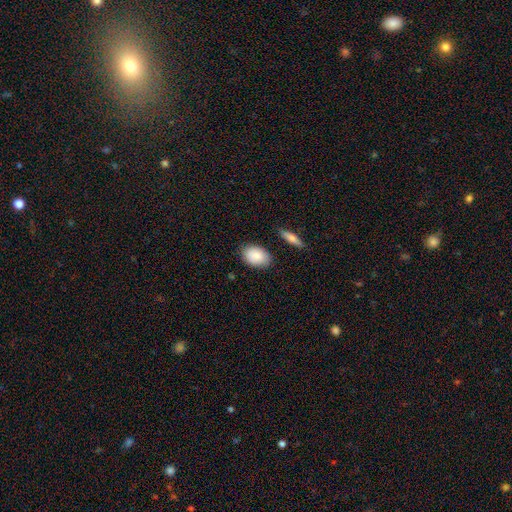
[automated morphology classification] Smooth or featured? smooth (87%)
How rounded? in between (87%)
Merging? none (83%)